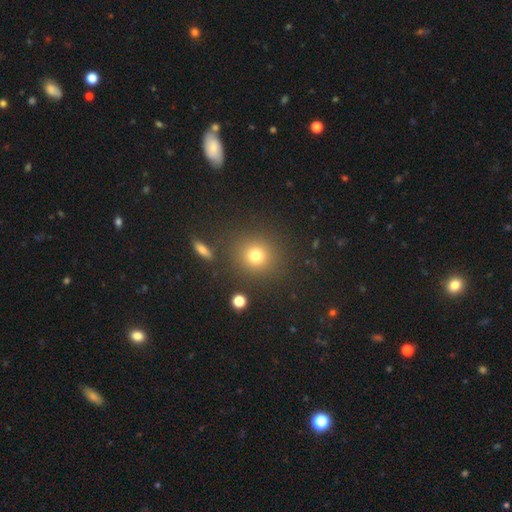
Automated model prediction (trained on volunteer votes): A smooth galaxy with no disk features (76%) that is round (88%).

Vote fractions:
- Smooth or featured? smooth: 76% / star or artifact: 16% / featured or disk: 8%
- How rounded? round: 88% / in between: 11% / cigar-shaped: 1%
- Merging? none: 85% / minor disturbance: 8% / merger: 4% / major disturbance: 3%